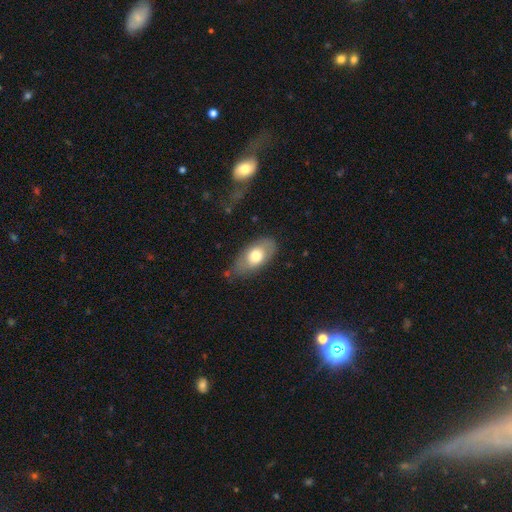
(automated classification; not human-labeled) smooth-or-featured: smooth: 67% | featured or disk: 27% | star or artifact: 6%
  how-rounded: in between: 90% | cigar-shaped: 5% | round: 5%
  merging: none: 67% | minor disturbance: 24% | major disturbance: 7% | merger: 3%